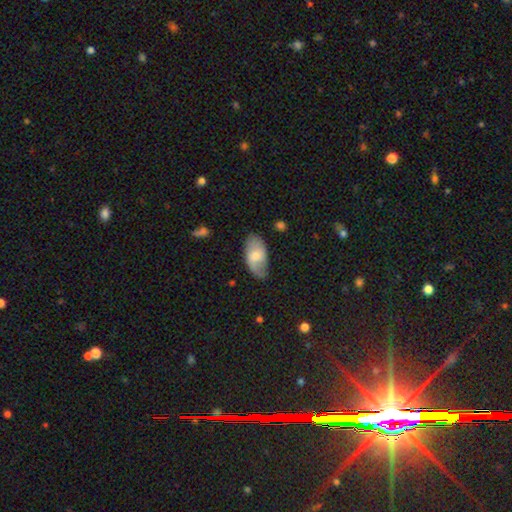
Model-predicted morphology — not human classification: Smooth or featured?
  - smooth: 60% *
  - featured or disk: 34%
  - star or artifact: 6%
How rounded?
  - in between: 94% *
  - round: 3%
  - cigar-shaped: 2%
Merging?
  - none: 65% *
  - minor disturbance: 26%
  - major disturbance: 7%
  - merger: 2%